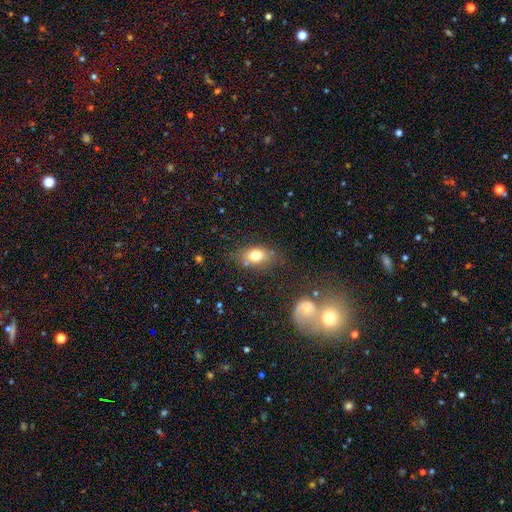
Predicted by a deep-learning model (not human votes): This is likely a smooth galaxy (76%). How rounded: likely in between (79%). Merging: likely none (73%).